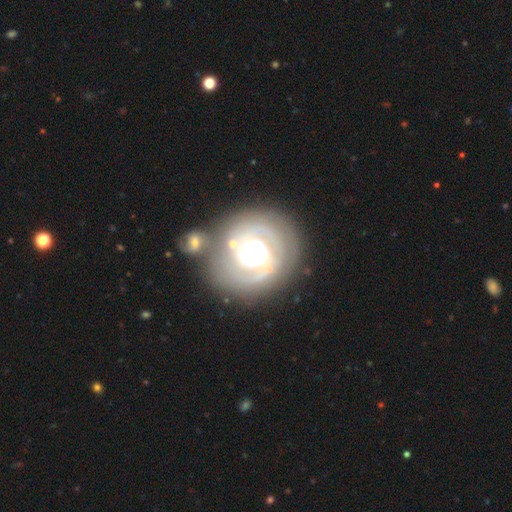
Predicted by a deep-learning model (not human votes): smooth-or-featured: featured or disk: 81% | smooth: 12% | star or artifact: 7%
  disk-edge-on: no: 97% | yes: 3%
    bar: no: 50% | weak: 35% | strong: 15%
    has-spiral-arms: yes: 88% | no: 12%
      spiral-winding: tight: 68% | medium: 25% | loose: 7%
      spiral-arm-count: 2: 60% | can't tell: 19% | 3: 7% | 1: 6% | 4: 4% | more than 4: 3%
    bulge-size: moderate: 55% | large: 33% | small: 8% | dominant: 4% | none: 1%
  merging: none: 69% | minor disturbance: 15% | merger: 9% | major disturbance: 8%